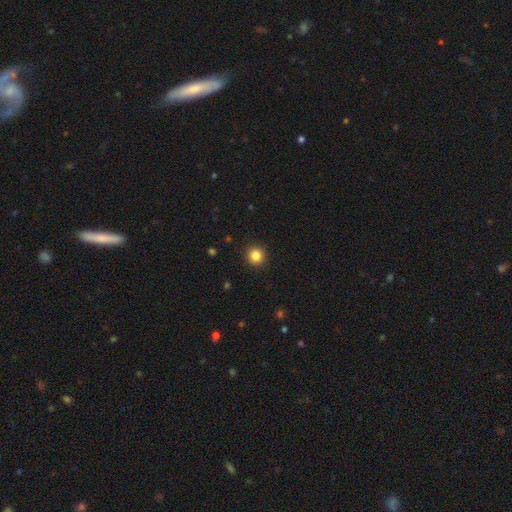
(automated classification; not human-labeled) Overall: smooth (85%). How rounded: round (94%). Merging: none (92%).